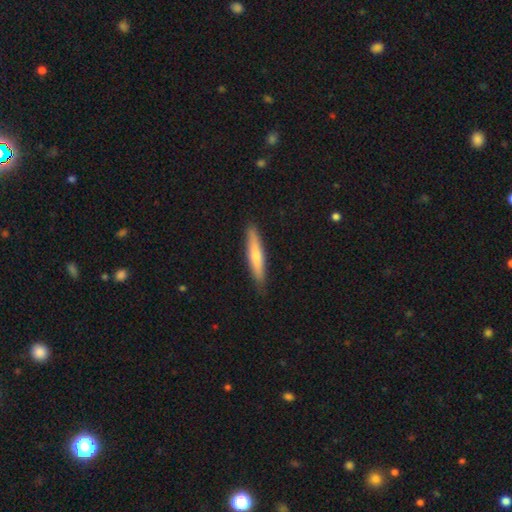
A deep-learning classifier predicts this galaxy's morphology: This is likely a smooth galaxy (62%). How rounded: clearly cigar-shaped (90%). Merging: clearly none (88%).